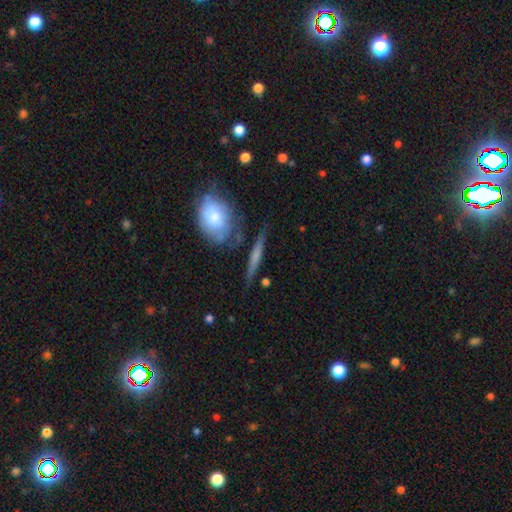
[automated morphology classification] type=featured or disk (46%, tied with smooth); merging=none (73%).